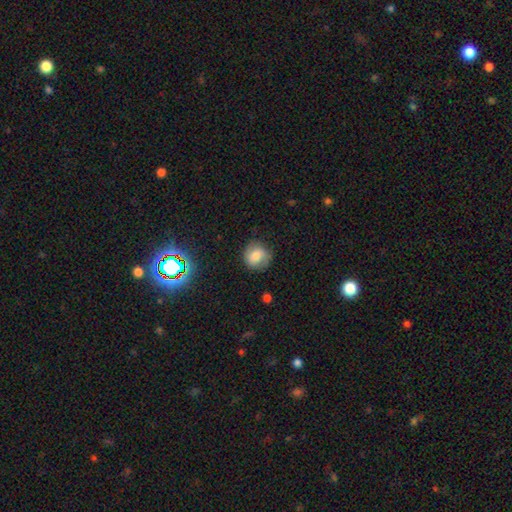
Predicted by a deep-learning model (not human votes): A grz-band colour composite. It shows a smooth galaxy with no disk features (61%) that is round (84%). Merging: none (77%).